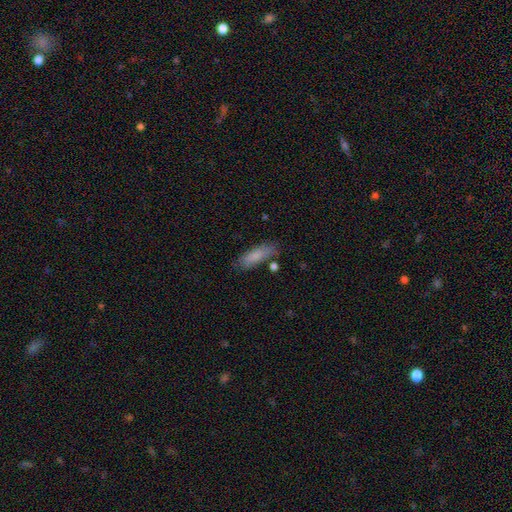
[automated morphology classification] This is clearly a smooth galaxy (82%). How rounded: possibly in between (54%). Merging: likely none (74%).